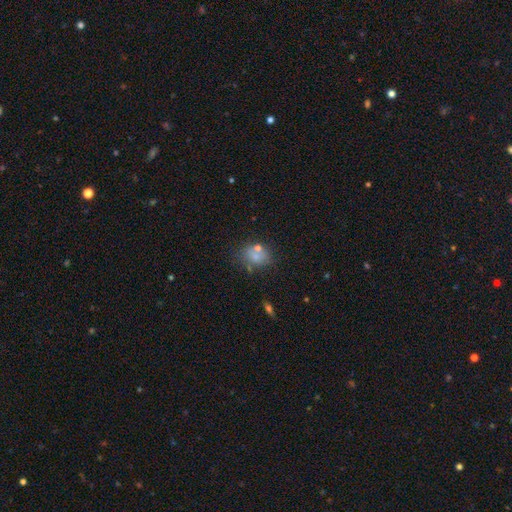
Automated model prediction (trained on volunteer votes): A smooth galaxy with no disk features (66%) that is in between round and cigar-shaped (51%). Merging: none (55%).